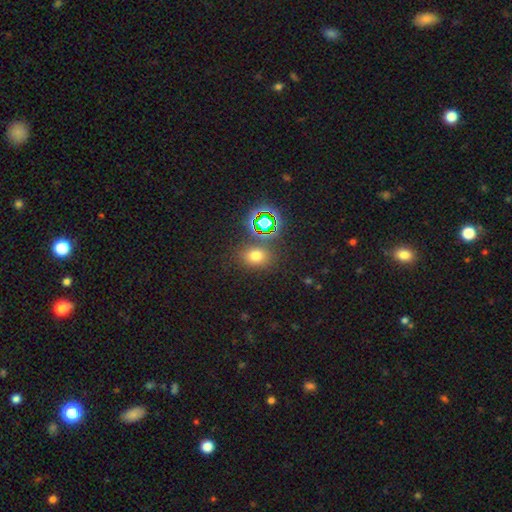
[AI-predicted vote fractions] A smooth galaxy with no disk features (65%) that is in between round and cigar-shaped (54%).

Vote fractions:
- Smooth or featured? smooth: 65% / star or artifact: 27% / featured or disk: 8%
- How rounded? in between: 54% / round: 45% / cigar-shaped: 1%
- Merging? none: 79% / minor disturbance: 11% / merger: 7% / major disturbance: 4%